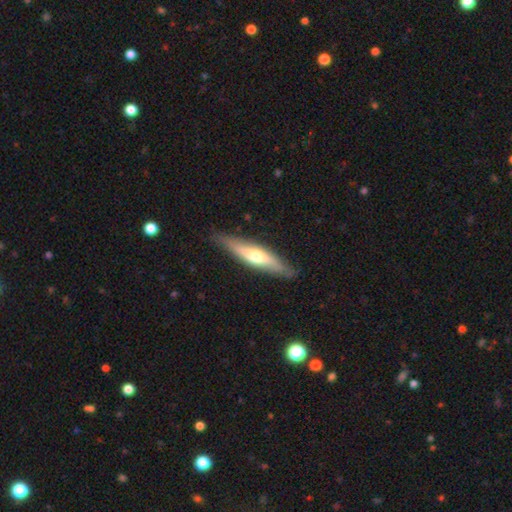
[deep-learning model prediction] Smooth or featured: featured or disk — 51% (smooth — 44%)
Edge-on disk: yes — 84% (no — 16%)
Merging: none — 85% (minor disturbance — 11%)